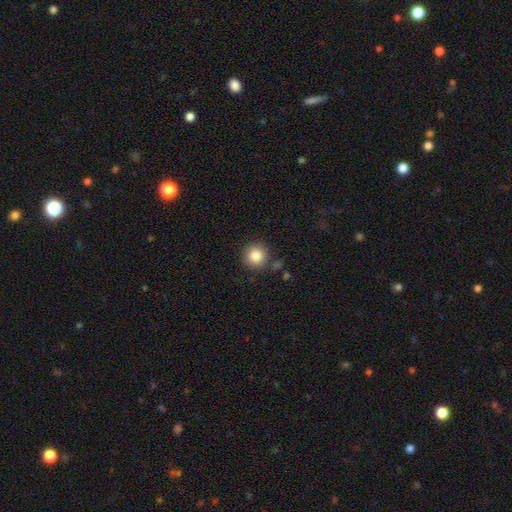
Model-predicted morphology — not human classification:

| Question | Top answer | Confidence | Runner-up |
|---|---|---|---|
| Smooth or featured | smooth | 85% | star or artifact (10%) |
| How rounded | round | 94% | in between (5%) |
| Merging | none | 85% | minor disturbance (8%) |